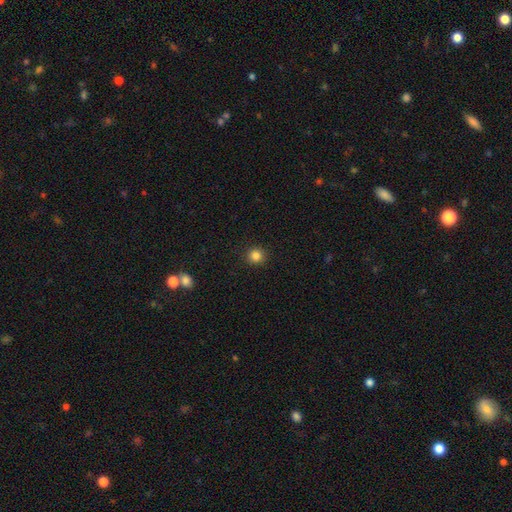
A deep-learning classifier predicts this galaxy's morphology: type=smooth (84%); roundness=round (93%); merging=none (92%).